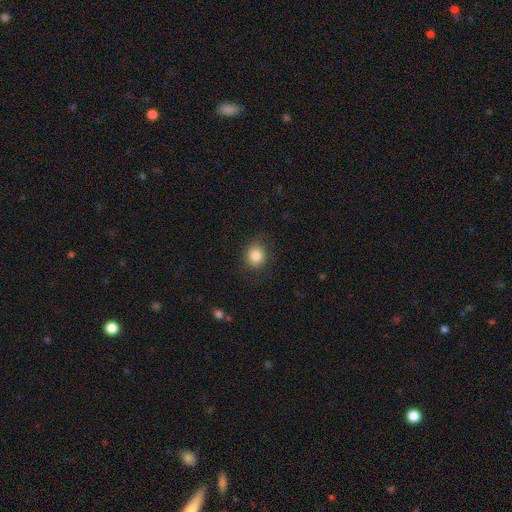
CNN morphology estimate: smooth-or-featured: smooth: 84% | star or artifact: 10% | featured or disk: 6%
  how-rounded: round: 75% | in between: 24% | cigar-shaped: 1%
  merging: none: 85% | minor disturbance: 11% | major disturbance: 3% | merger: 1%